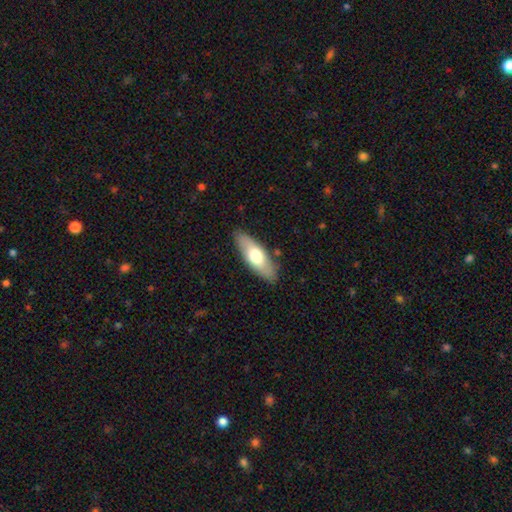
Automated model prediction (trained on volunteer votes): This appears to be a smooth galaxy with no disk features (63%) that is in between round and cigar-shaped (69%). Merging: none (85%).